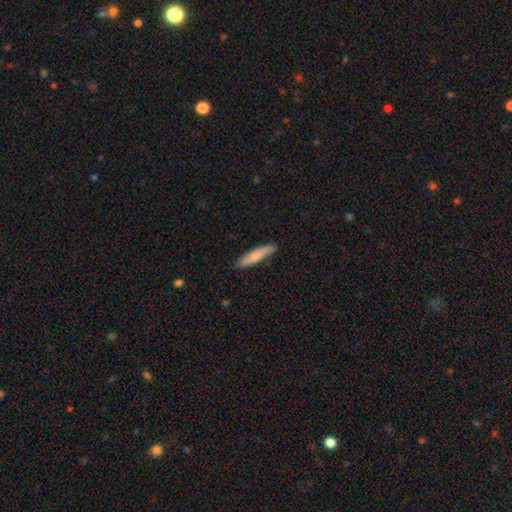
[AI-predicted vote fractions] Q: Smooth or featured?
A: smooth (77%); runner-up: featured or disk (17%)
Q: How rounded?
A: cigar-shaped (84%); runner-up: in between (15%)
Q: Merging?
A: none (84%); runner-up: minor disturbance (13%)